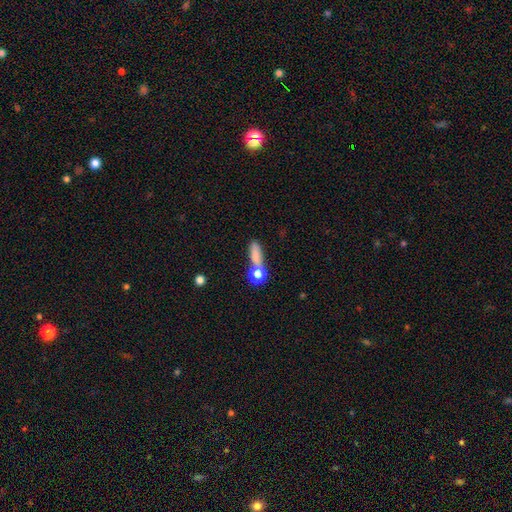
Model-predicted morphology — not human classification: smooth 76%, star or artifact 14%, featured or disk 10%. Down the decision tree: how rounded — in between (42%); merging — none (56%).